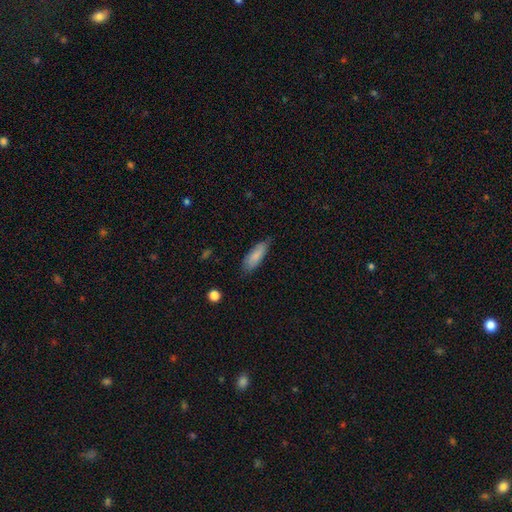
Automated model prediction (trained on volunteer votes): Smooth or featured? Predicted: smooth (p=0.83). How rounded? Predicted: in between (p=0.65). Merging? Predicted: none (p=0.74).